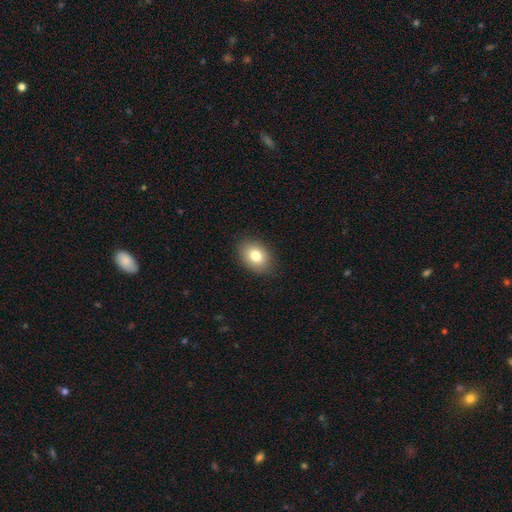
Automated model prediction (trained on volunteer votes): smooth-or-featured: smooth: 80% | featured or disk: 11% | star or artifact: 9%
  how-rounded: in between: 74% | round: 25% | cigar-shaped: 1%
  merging: none: 86% | minor disturbance: 10% | major disturbance: 2% | merger: 1%